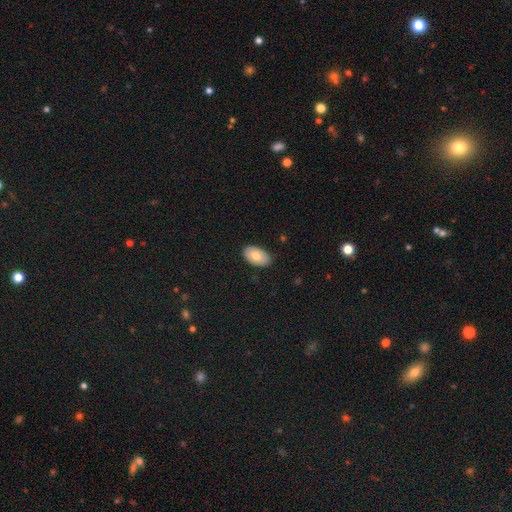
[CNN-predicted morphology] smooth-or-featured: smooth: 72% | featured or disk: 22% | star or artifact: 6%
  how-rounded: in between: 94% | round: 5% | cigar-shaped: 1%
  merging: none: 85% | minor disturbance: 11% | major disturbance: 2% | merger: 1%